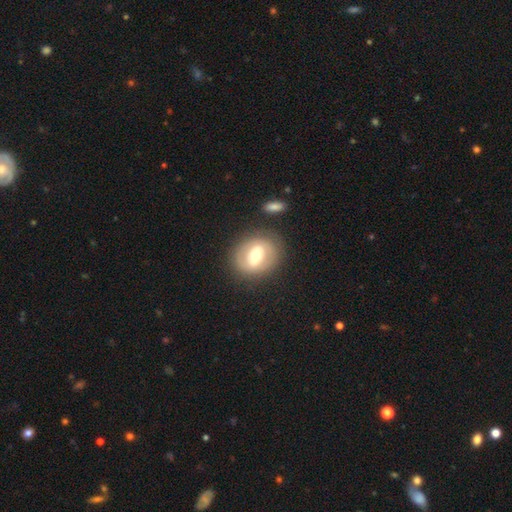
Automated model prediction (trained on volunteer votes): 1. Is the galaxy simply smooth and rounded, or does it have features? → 49% featured or disk, 44% smooth, 7% star or artifact.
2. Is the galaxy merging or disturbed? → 80% none, 11% minor disturbance, 5% major disturbance, 4% merger.